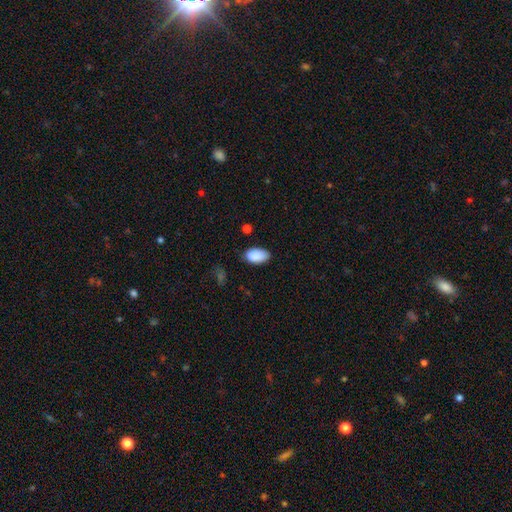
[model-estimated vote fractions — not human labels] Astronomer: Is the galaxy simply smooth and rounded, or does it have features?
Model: smooth — 89%.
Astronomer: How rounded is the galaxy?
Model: in between — 95%.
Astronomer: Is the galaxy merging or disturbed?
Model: none — 74%.